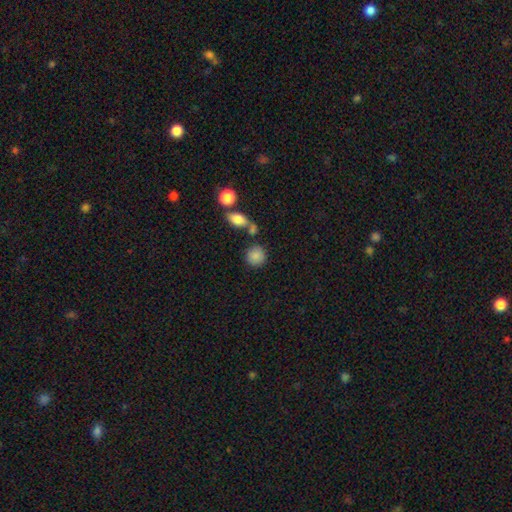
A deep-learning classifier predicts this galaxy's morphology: smooth-or-featured: smooth: 86% | star or artifact: 9% | featured or disk: 6%
  how-rounded: round: 86% | in between: 13% | cigar-shaped: 1%
  merging: none: 73% | merger: 12% | minor disturbance: 11% | major disturbance: 4%